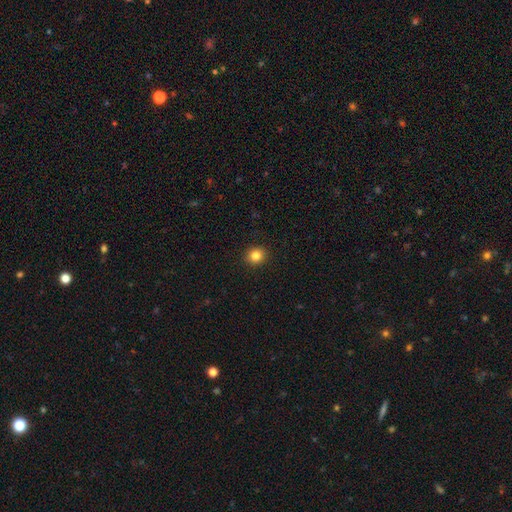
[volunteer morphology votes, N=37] A smooth galaxy with no disk features (84%) that is round (90%). Merging: none (94%).